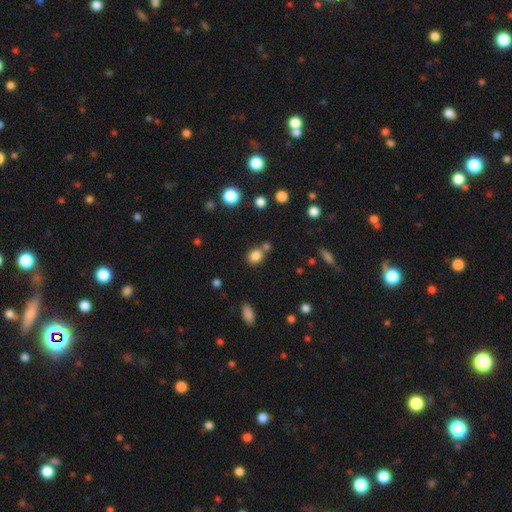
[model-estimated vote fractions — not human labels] Smooth or featured? Predicted: smooth (p=0.82). How rounded? Predicted: round (p=0.59). Merging? Predicted: none (p=0.60).